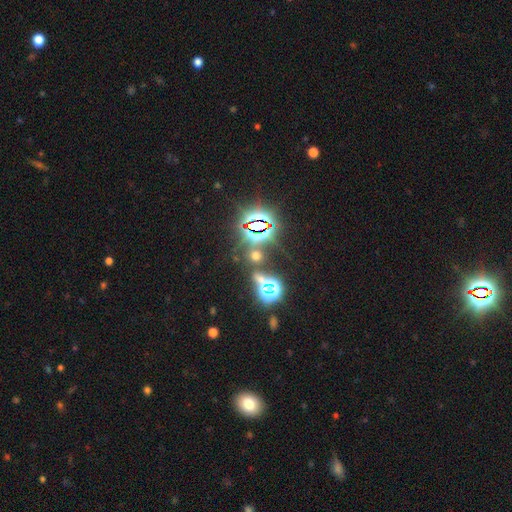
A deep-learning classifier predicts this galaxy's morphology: type=star or artifact (61%).